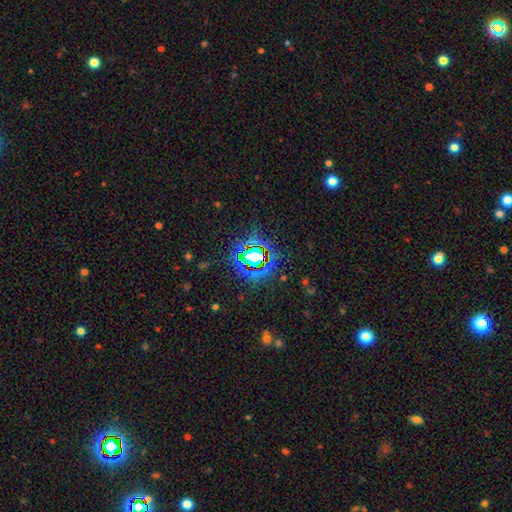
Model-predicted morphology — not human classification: A star or artifact, not a galaxy (75%).

Vote fractions:
- Smooth or featured? star or artifact: 75% / smooth: 15% / featured or disk: 10%